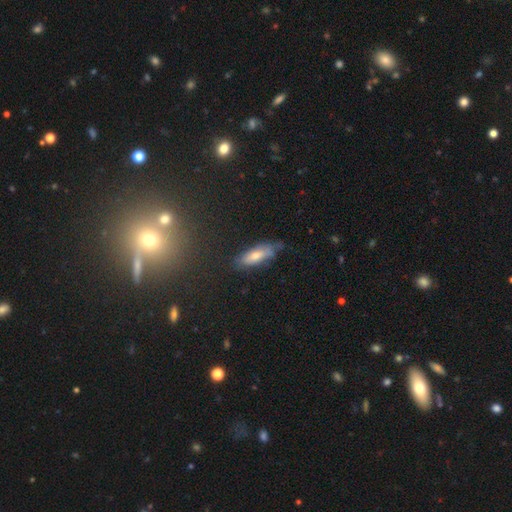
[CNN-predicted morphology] smooth_or_featured: smooth (p=0.68) [alt: featured or disk p=0.24]
how_rounded: in between (p=0.64) [alt: cigar-shaped p=0.33]
merging: none (p=0.61) [alt: minor disturbance p=0.29]